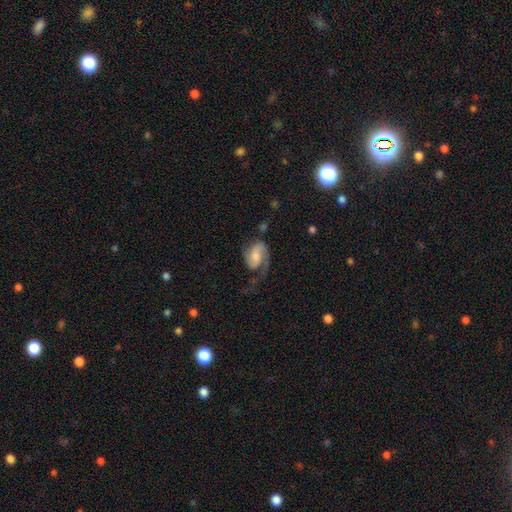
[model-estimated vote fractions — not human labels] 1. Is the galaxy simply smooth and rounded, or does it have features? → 68% featured or disk, 25% smooth, 7% star or artifact.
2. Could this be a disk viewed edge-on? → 97% no, 3% yes.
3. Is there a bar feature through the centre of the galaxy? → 46% no, 40% weak, 13% strong.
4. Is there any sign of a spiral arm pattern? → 92% yes, 8% no.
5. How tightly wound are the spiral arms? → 40% medium (tied), 40% loose (tied), 20% tight.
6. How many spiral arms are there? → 47% 2, 46% 1, 5% can't tell, 1% 3, 1% 4, 1% more than 4.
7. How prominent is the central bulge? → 37% moderate, 29% small, 17% large, 14% none, 3% dominant.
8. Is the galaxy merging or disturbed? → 41% major disturbance, 35% none, 21% minor disturbance, 3% merger.